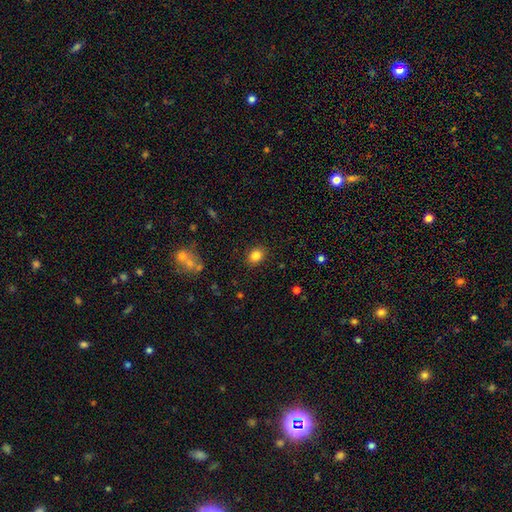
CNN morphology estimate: A smooth galaxy with no disk features (83%) that is round (52%).

Vote fractions:
- Smooth or featured? smooth: 83% / star or artifact: 11% / featured or disk: 6%
- How rounded? round: 52% / in between: 47% / cigar-shaped: 1%
- Merging? none: 88% / minor disturbance: 8% / major disturbance: 2% / merger: 1%